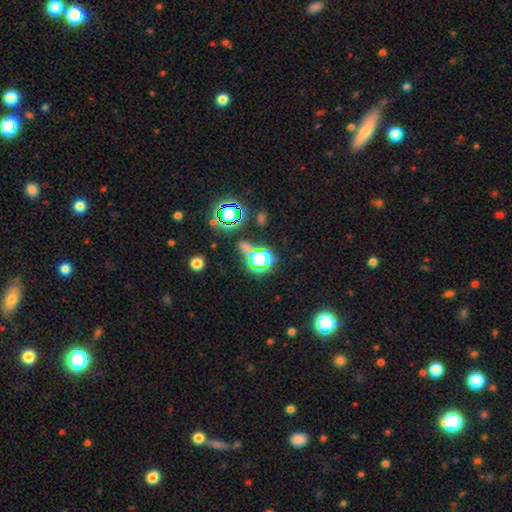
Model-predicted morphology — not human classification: type=star or artifact (68%).